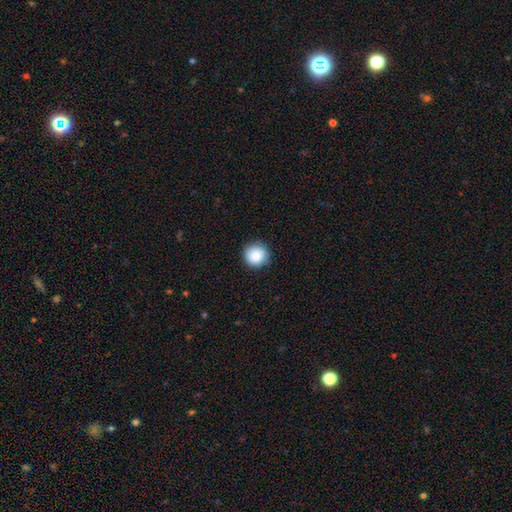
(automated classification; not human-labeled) smooth-or-featured: smooth: 87% | star or artifact: 8% | featured or disk: 5%
  how-rounded: round: 94% | in between: 5% | cigar-shaped: 1%
  merging: none: 89% | minor disturbance: 8% | major disturbance: 2% | merger: 1%